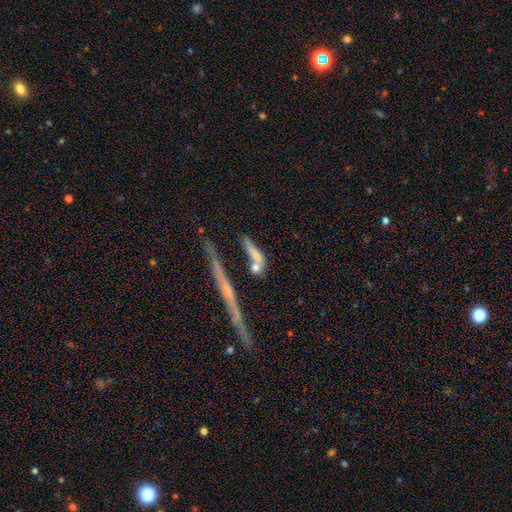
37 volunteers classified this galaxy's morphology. type=smooth (70%); roundness=cigar-shaped (62%); merging=none (37%).